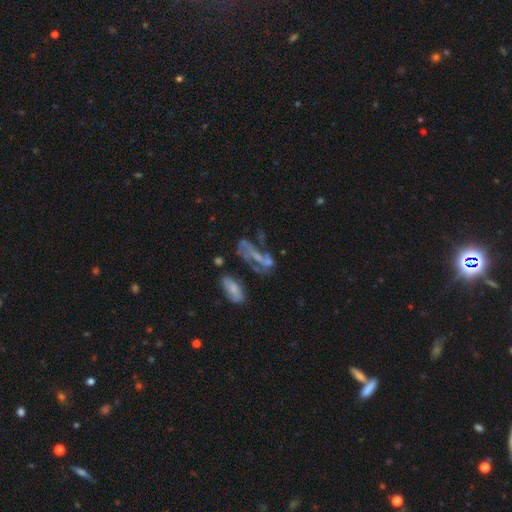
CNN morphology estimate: type=featured or disk (55%); edge-on=no (89%); merging=merger (29%, tied with major disturbance).